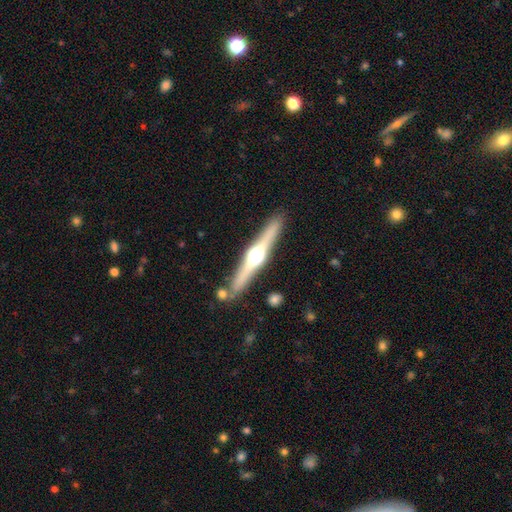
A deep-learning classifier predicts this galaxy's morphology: This is likely a featured or disk galaxy (76%). It is clearly viewed edge-on (98%). Edge-on bulge: clearly rounded (95%). Merging: clearly none (85%).